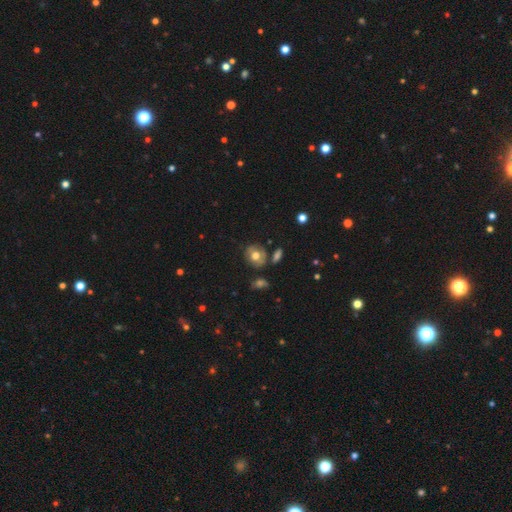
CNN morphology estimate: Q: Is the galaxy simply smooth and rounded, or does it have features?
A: smooth — 60%.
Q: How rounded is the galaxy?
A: round — 62%.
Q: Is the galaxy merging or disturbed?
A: none — 69%.